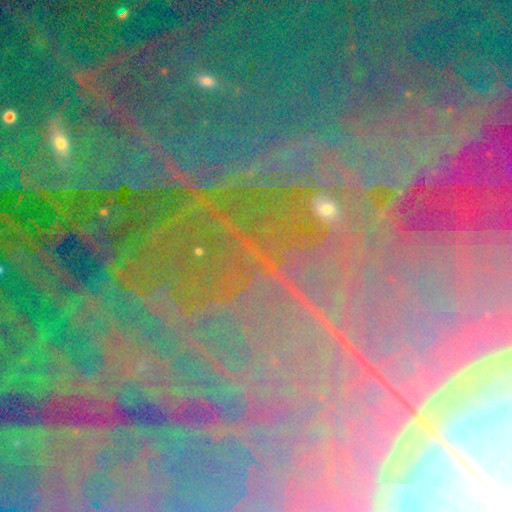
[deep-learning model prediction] smooth_or_featured: star or artifact (p=0.87) [alt: featured or disk p=0.07]